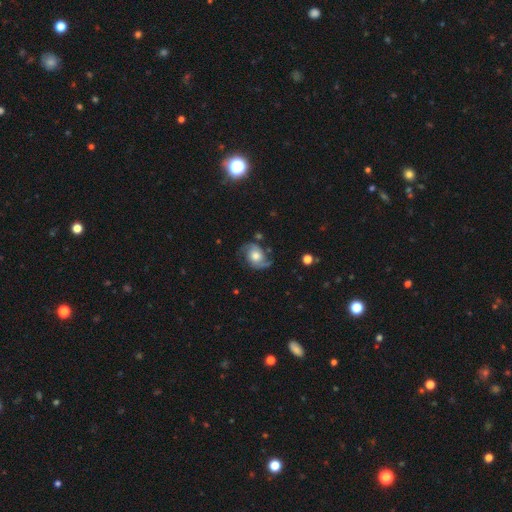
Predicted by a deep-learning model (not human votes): This is likely a featured or disk galaxy (76%). It is clearly not viewed edge-on (97%). Bar: likely no (72%). Spiral arm pattern: clearly yes (94%). Spiral arm count: clearly 2 (90%). Spiral winding: marginally medium (44%). Central bulge: possibly moderate (53%). Merging: likely none (69%).